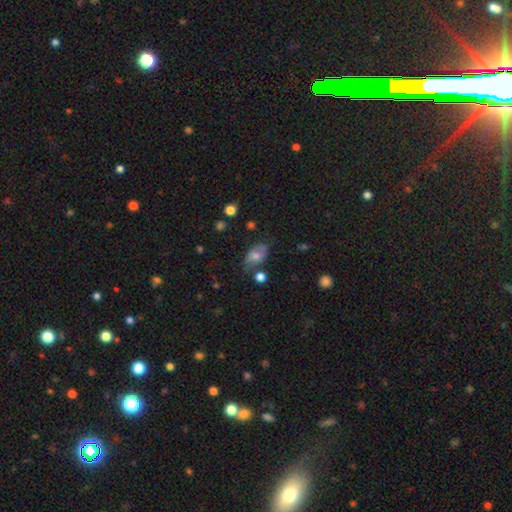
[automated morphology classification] Smooth or featured? smooth (56%)
How rounded? in between (86%)
Merging? none (65%)